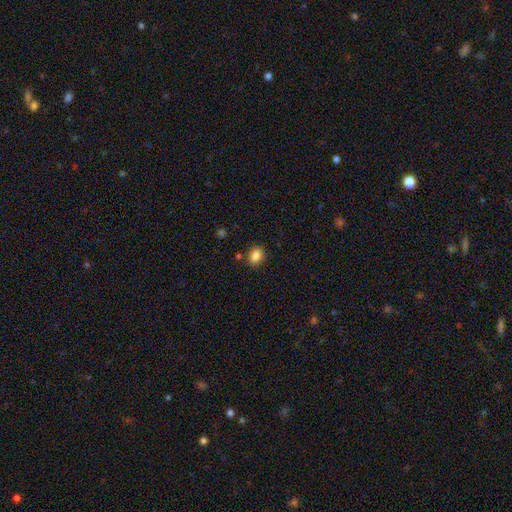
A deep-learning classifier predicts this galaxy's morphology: Smooth or featured? Predicted: smooth (p=0.86). How rounded? Predicted: in between (p=0.67). Merging? Predicted: none (p=0.83).